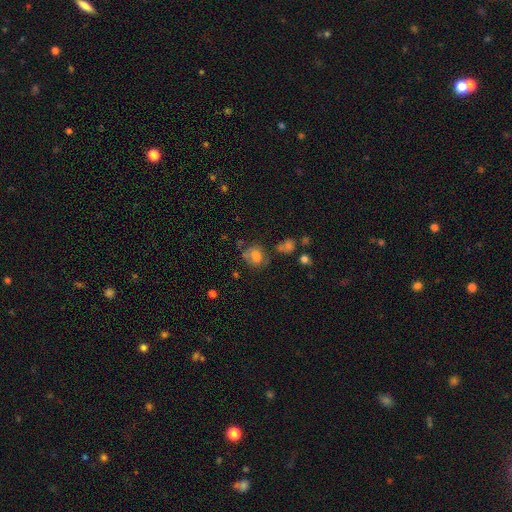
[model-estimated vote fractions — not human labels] Morphology: type=smooth (61%); roundness=in between (56%); merging=none (48%).